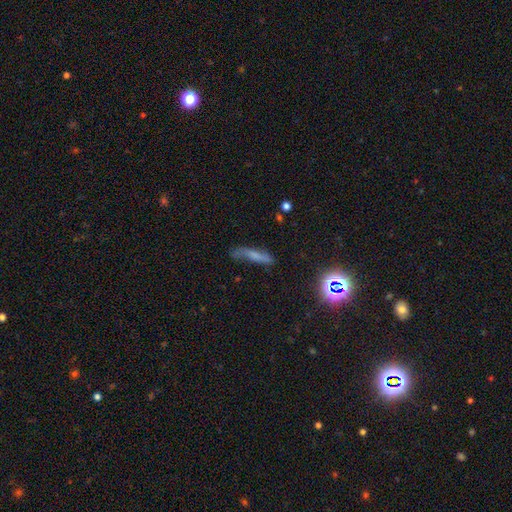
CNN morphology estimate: type=smooth (56%); roundness=cigar-shaped (76%); merging=none (54%).